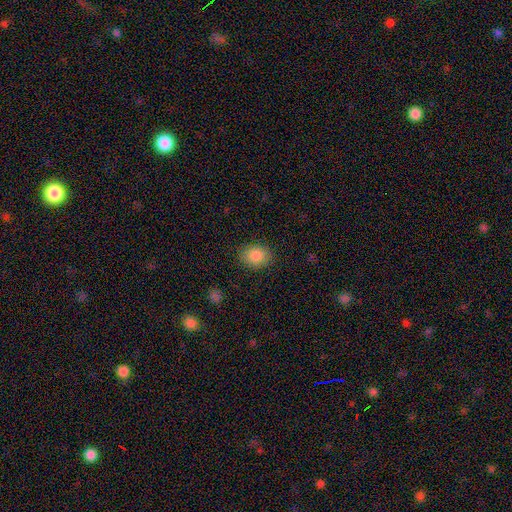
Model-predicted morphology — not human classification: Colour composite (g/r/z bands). It shows a smooth galaxy with no disk features (86%) that is in between round and cigar-shaped (59%). Merging: none (88%).